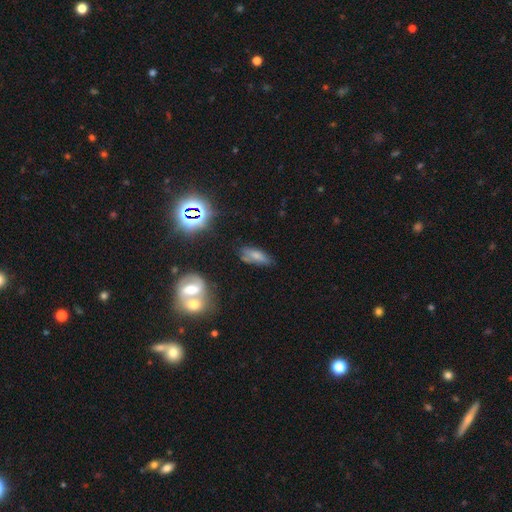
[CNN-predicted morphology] smooth_or_featured: smooth (p=0.63) [alt: featured or disk p=0.22]
how_rounded: in between (p=0.73) [alt: cigar-shaped p=0.23]
merging: none (p=0.59) [alt: minor disturbance p=0.26]